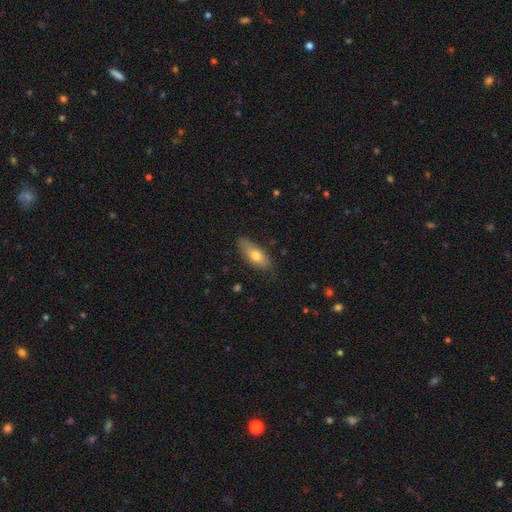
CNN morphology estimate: smooth 72%, featured or disk 22%, star or artifact 6%. Down the decision tree: how rounded — in between (77%); merging — none (76%).